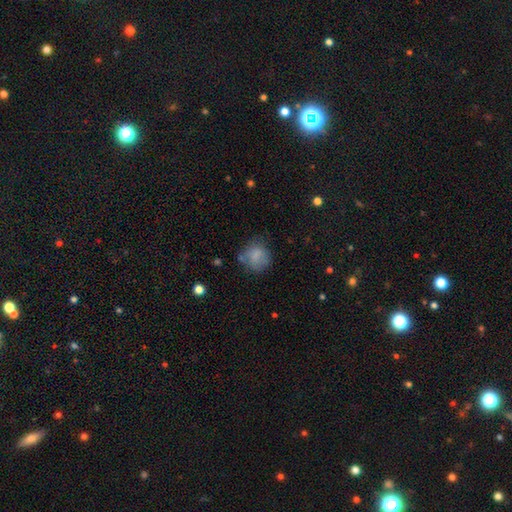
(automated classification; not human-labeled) Smooth or featured: smooth — 80% (featured or disk — 11%)
How rounded: round — 81% (in between — 18%)
Merging: none — 59% (minor disturbance — 26%)